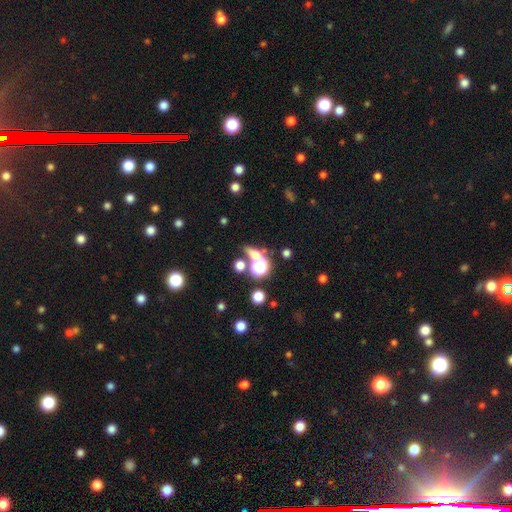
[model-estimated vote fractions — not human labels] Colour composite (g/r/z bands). It shows a smooth galaxy with no disk features (48%). Merging: none (61%).